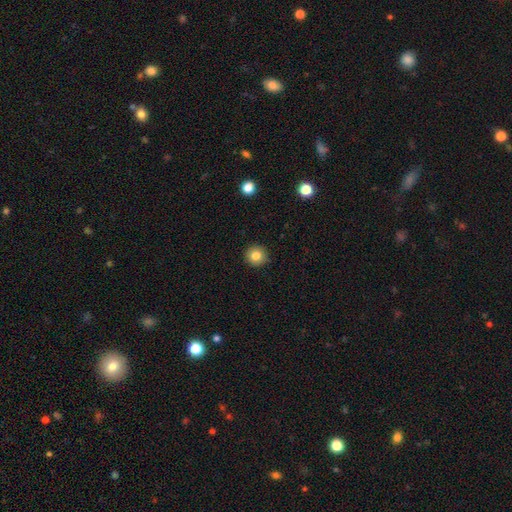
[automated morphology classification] Smooth or featured? Predicted: smooth (p=0.82). How rounded? Predicted: round (p=0.95). Merging? Predicted: none (p=0.91).